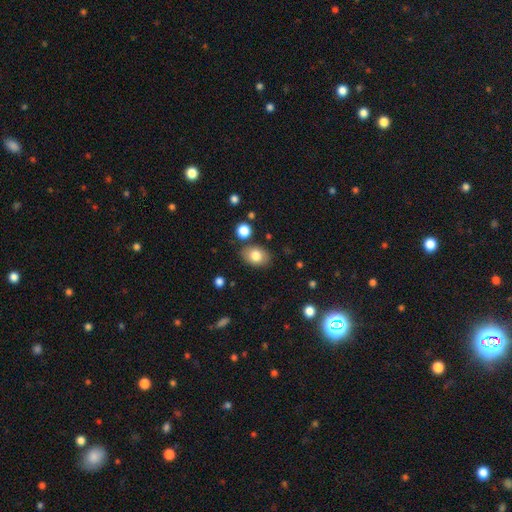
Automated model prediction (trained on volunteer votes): A smooth galaxy with no disk features (80%) that is in between round and cigar-shaped (75%). Merging: none (81%).